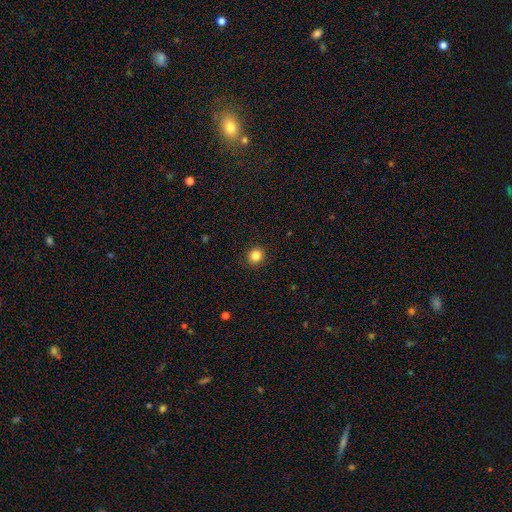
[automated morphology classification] Smooth or featured? Predicted: smooth (p=0.84). How rounded? Predicted: round (p=0.86). Merging? Predicted: none (p=0.91).